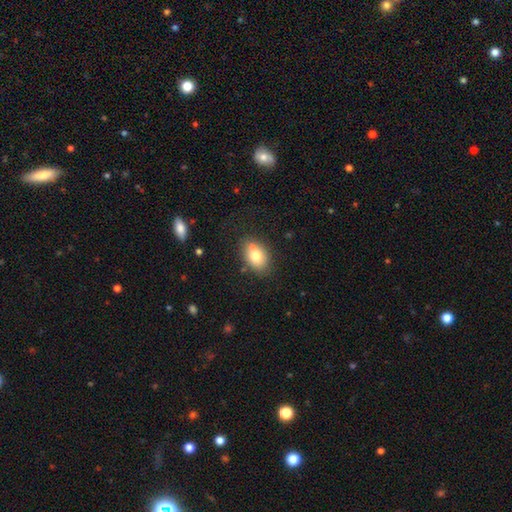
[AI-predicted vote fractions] Morphology: type=smooth (76%); roundness=in between (77%); merging=none (67%).